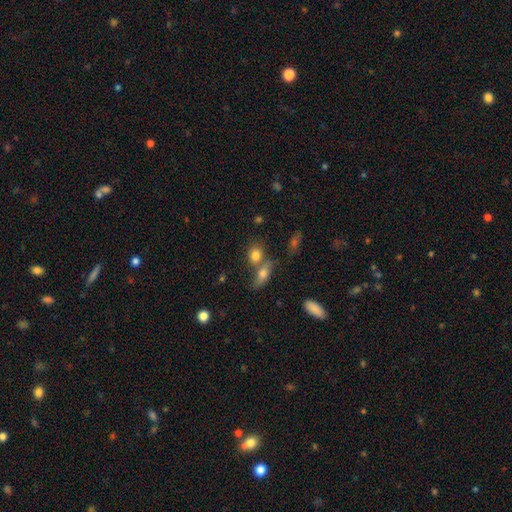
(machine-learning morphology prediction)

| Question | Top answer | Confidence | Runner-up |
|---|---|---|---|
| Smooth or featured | smooth | 79% | featured or disk (11%) |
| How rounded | in between | 53% | round (43%) |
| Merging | none | 46% | merger (40%) |